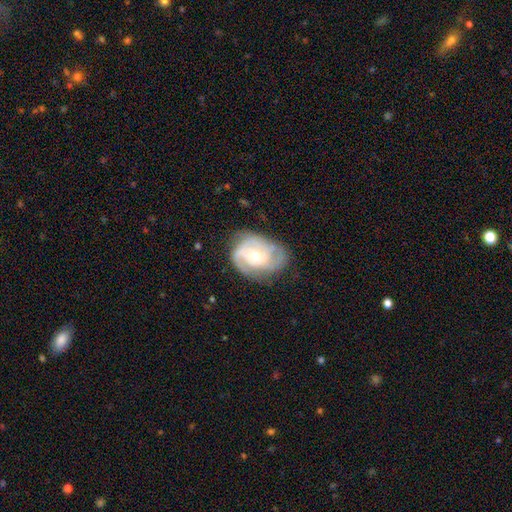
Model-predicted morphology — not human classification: smooth-or-featured: featured or disk: 81% | smooth: 14% | star or artifact: 5%
  disk-edge-on: no: 97% | yes: 3%
    bar: no: 65% | weak: 29% | strong: 6%
    has-spiral-arms: yes: 94% | no: 6%
      spiral-winding: tight: 47% | medium: 40% | loose: 13%
      spiral-arm-count: 2: 35% | 3: 31% | can't tell: 21% | 1: 5% | 4: 5% | more than 4: 3%
    bulge-size: small: 49% | moderate: 47% | large: 2% | none: 1% | dominant: 1%
  merging: none: 65% | minor disturbance: 23% | major disturbance: 11% | merger: 1%